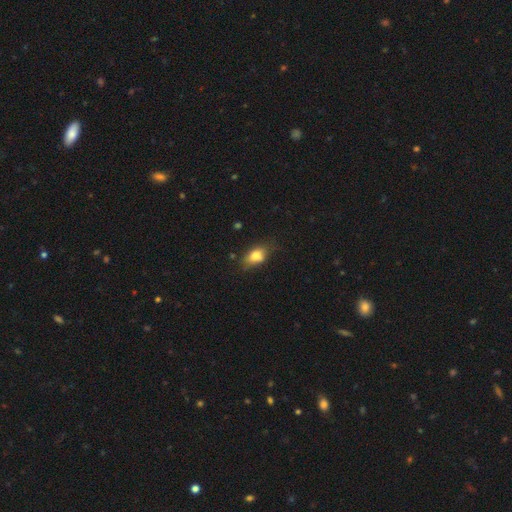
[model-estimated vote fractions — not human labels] A smooth galaxy with no disk features (77%) that is in between round and cigar-shaped (80%). Merging: none (62%).